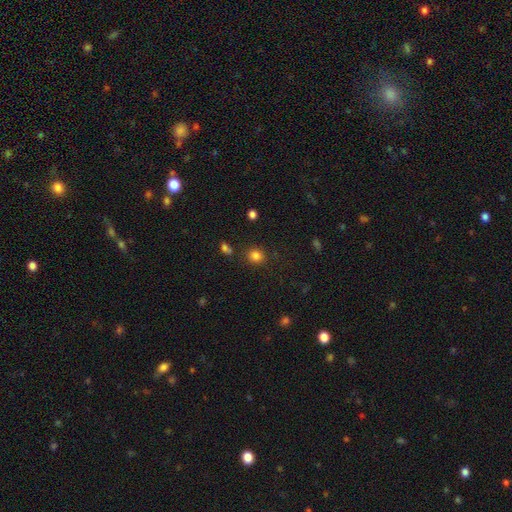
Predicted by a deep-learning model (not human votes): Overall: smooth (82%). How rounded: round (79%). Merging: none (83%).